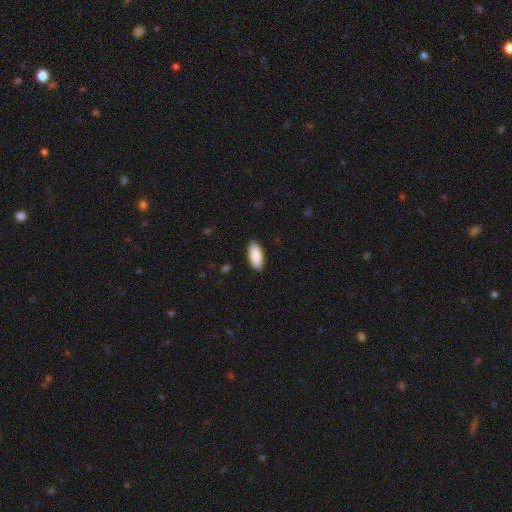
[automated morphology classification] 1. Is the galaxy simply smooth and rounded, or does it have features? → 89% smooth, 5% featured or disk, 5% star or artifact.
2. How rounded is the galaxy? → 81% in between, 17% cigar-shaped, 2% round.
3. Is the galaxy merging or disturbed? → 89% none, 8% minor disturbance, 2% major disturbance, 1% merger.